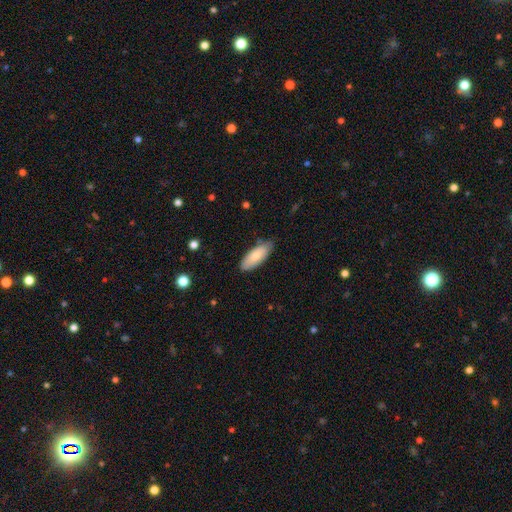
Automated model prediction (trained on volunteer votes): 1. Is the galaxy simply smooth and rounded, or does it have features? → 80% smooth, 14% featured or disk, 6% star or artifact.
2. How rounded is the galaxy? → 76% in between, 23% cigar-shaped, 2% round.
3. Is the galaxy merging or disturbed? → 79% none, 17% minor disturbance, 3% major disturbance, 1% merger.